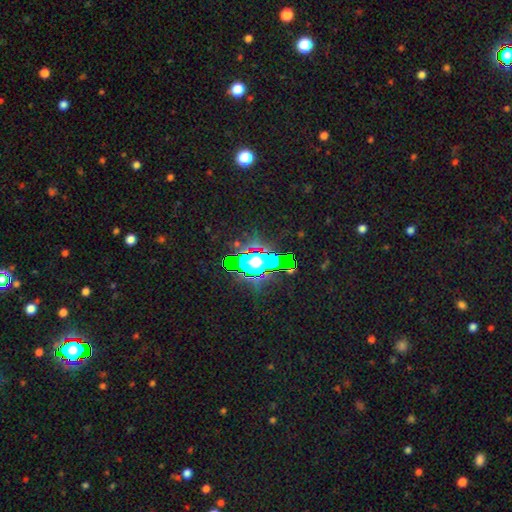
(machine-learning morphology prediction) This is possibly a star or artifact rather than a galaxy (55%).